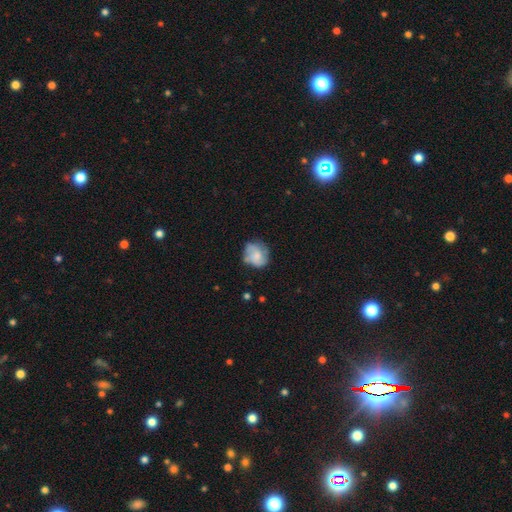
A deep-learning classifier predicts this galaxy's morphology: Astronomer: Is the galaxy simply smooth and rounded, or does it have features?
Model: smooth — 51% (runner-up: featured or disk, 41%).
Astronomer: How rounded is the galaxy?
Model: round — 67%.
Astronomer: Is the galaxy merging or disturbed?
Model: none — 58%.